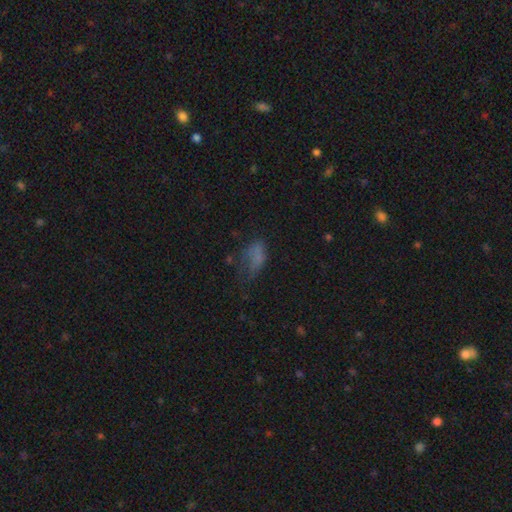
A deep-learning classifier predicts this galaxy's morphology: A smooth galaxy with no disk features (61%) that is in between round and cigar-shaped (85%).

Vote fractions:
- Smooth or featured? smooth: 61% / featured or disk: 21% / star or artifact: 18%
- How rounded? in between: 85% / round: 8% / cigar-shaped: 7%
- Merging? major disturbance: 36% / none: 32% / minor disturbance: 27% / merger: 5%